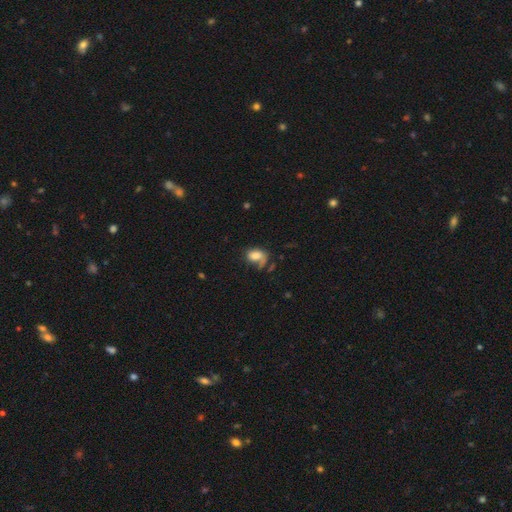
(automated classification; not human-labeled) Q: Smooth or featured?
A: smooth (68%); runner-up: featured or disk (22%)
Q: How rounded?
A: in between (80%); runner-up: round (19%)
Q: Merging?
A: none (42%); runner-up: major disturbance (24%)